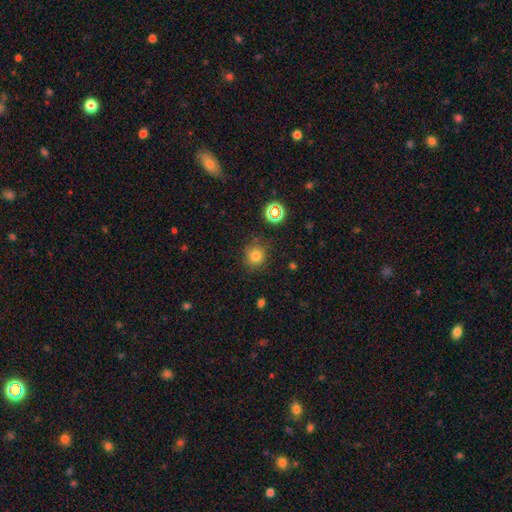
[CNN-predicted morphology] smooth 76%, star or artifact 17%, featured or disk 7%. Down the decision tree: how rounded — round (91%); merging — none (83%).